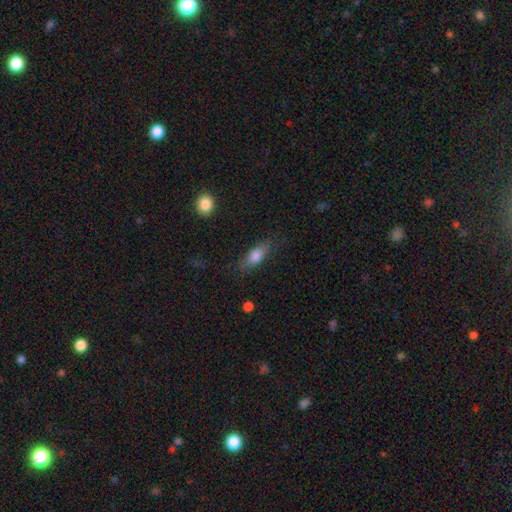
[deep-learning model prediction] Smooth or featured?
  - smooth: 78% *
  - featured or disk: 15%
  - star or artifact: 7%
How rounded?
  - in between: 75% *
  - cigar-shaped: 21%
  - round: 4%
Merging?
  - none: 76% *
  - minor disturbance: 17%
  - major disturbance: 6%
  - merger: 2%